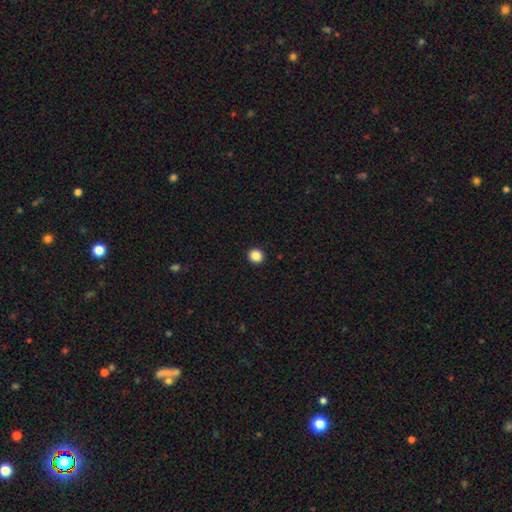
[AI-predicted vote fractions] Smooth or featured?
  - smooth: 87% *
  - star or artifact: 10%
  - featured or disk: 3%
How rounded?
  - round: 89% *
  - in between: 10%
  - cigar-shaped: 1%
Merging?
  - none: 93% *
  - minor disturbance: 4%
  - major disturbance: 1%
  - merger: 1%